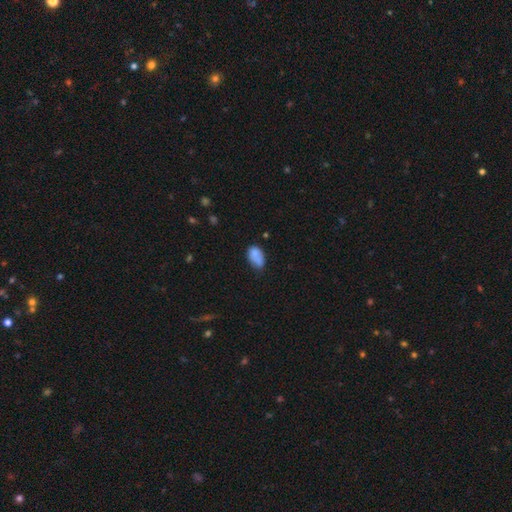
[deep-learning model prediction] smooth-or-featured: smooth: 79% | featured or disk: 12% | star or artifact: 9%
  how-rounded: in between: 88% | round: 10% | cigar-shaped: 2%
  merging: none: 47% | minor disturbance: 34% | major disturbance: 10% | merger: 9%